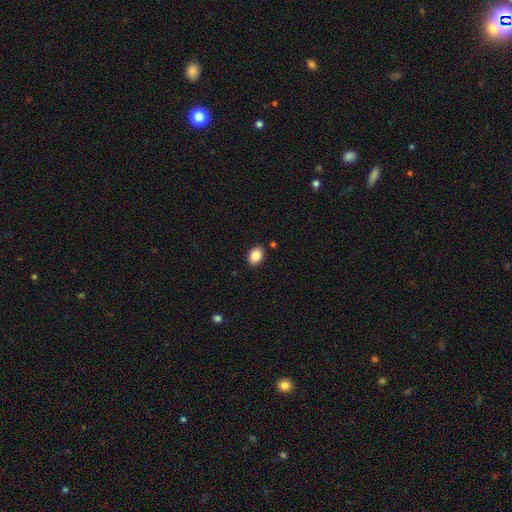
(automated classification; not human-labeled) Smooth or featured? smooth (86%)
How rounded? in between (71%)
Merging? none (88%)